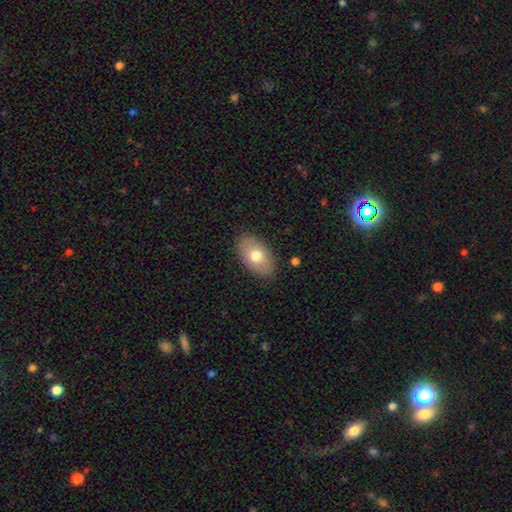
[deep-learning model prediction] This appears to be a smooth galaxy with no disk features (72%) that is in between round and cigar-shaped (91%). Merging: none (86%).